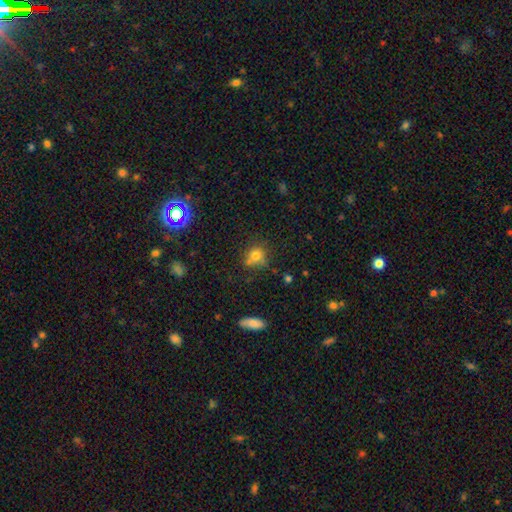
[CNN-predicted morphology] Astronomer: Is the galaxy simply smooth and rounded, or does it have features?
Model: smooth — 76%.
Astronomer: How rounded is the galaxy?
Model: round — 76%.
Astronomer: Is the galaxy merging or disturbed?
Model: none — 61%.